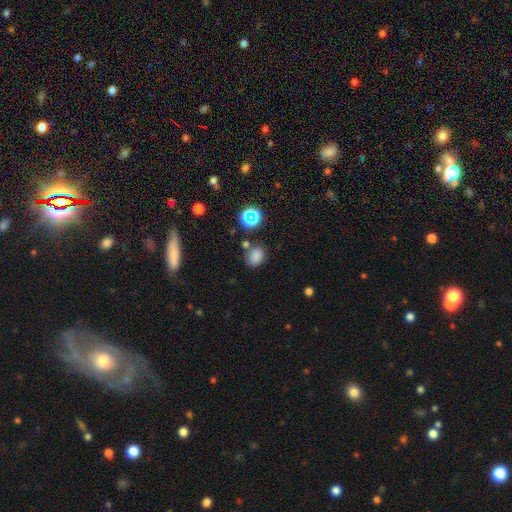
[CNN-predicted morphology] Smooth or featured: smooth — 77% (star or artifact — 17%)
How rounded: round — 50% (in between — 49%)
Merging: none — 70% (minor disturbance — 14%)